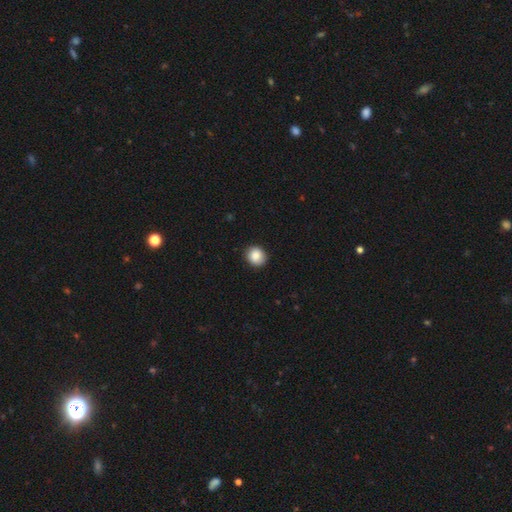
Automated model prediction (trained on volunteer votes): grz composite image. It shows a smooth galaxy with no disk features (87%) that is round (86%). Merging: none (89%).